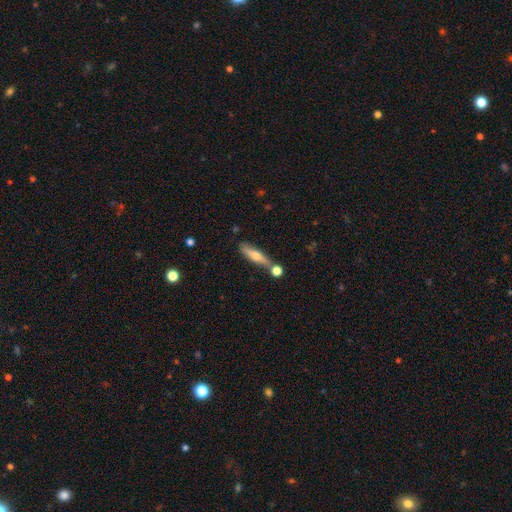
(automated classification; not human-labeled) smooth 49%, featured or disk 44%, star or artifact 7%. Down the decision tree: merging — none (66%).